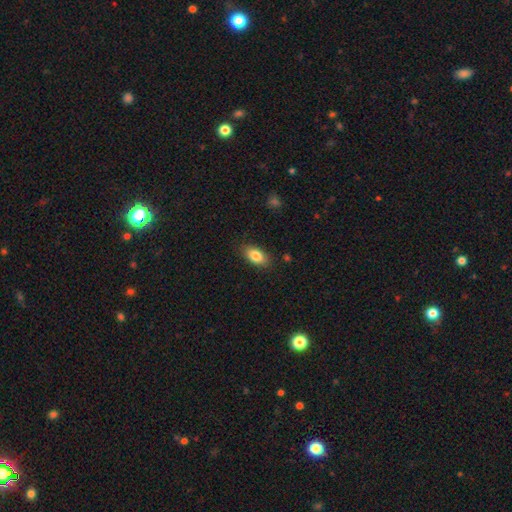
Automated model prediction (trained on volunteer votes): This appears to be a smooth galaxy with no disk features (84%) that is in between round and cigar-shaped (90%). Merging: none (86%).